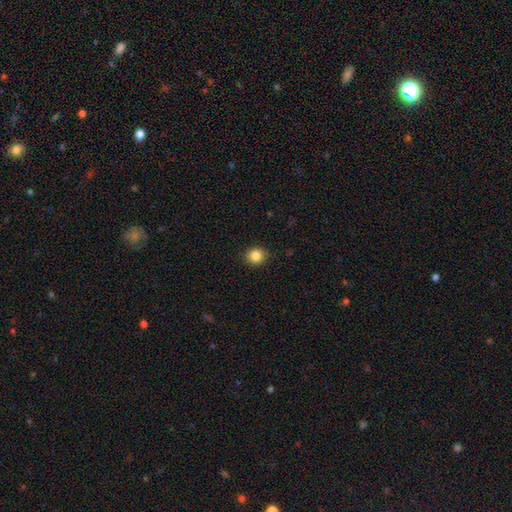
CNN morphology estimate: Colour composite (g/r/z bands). It shows a smooth galaxy with no disk features (85%) that is round (82%). Merging: none (89%).